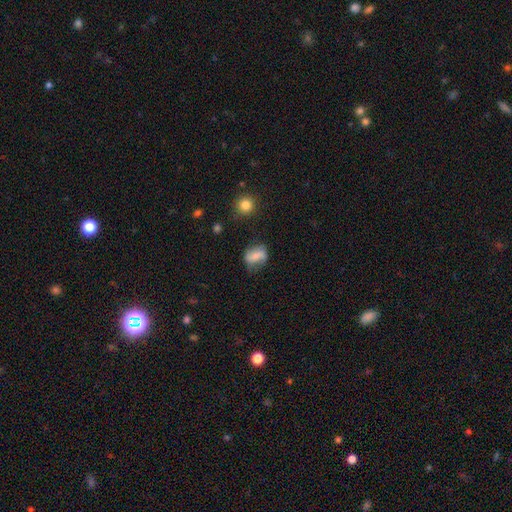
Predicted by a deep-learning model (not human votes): Morphology: type=smooth (49%); merging=none (57%).